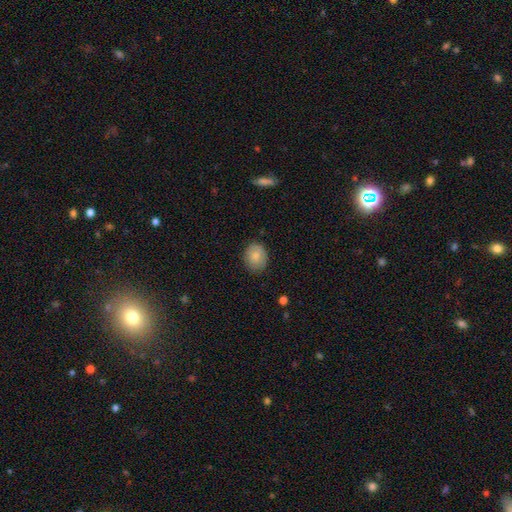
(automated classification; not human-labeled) Smooth or featured? smooth (79%)
How rounded? round (55%)
Merging? none (82%)